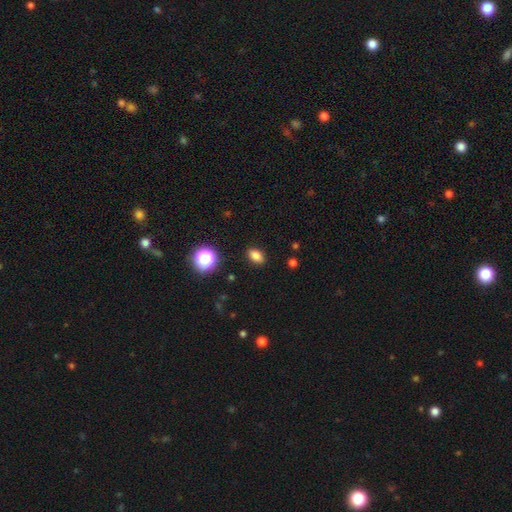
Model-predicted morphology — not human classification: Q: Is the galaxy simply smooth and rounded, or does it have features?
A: smooth — 82%.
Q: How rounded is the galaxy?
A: in between — 82%.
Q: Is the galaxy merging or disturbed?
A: none — 89%.